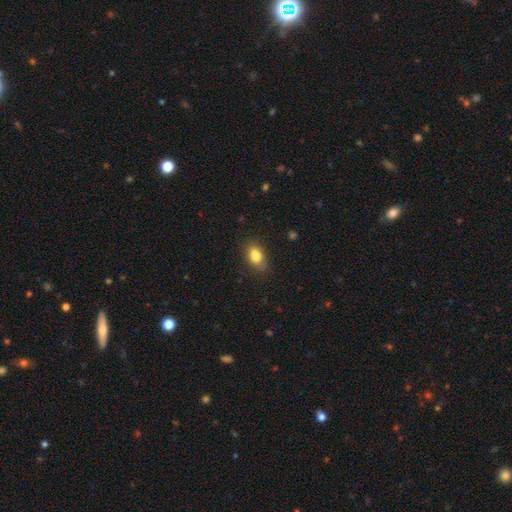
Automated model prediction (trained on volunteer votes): This appears to be a smooth galaxy with no disk features (81%) that is in between round and cigar-shaped (85%). Merging: none (77%).